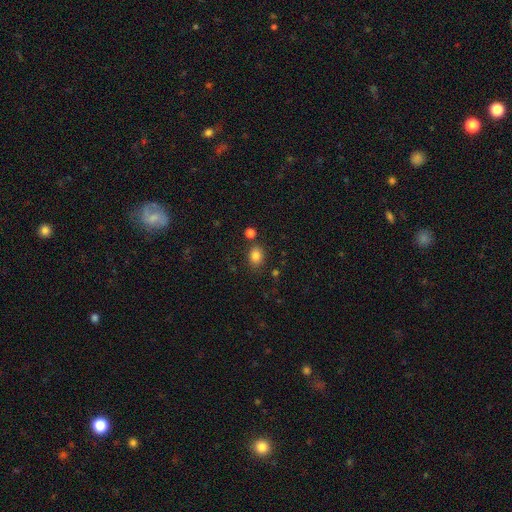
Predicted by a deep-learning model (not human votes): A smooth galaxy with no disk features (82%) that is in between round and cigar-shaped (55%). Merging: none (79%).